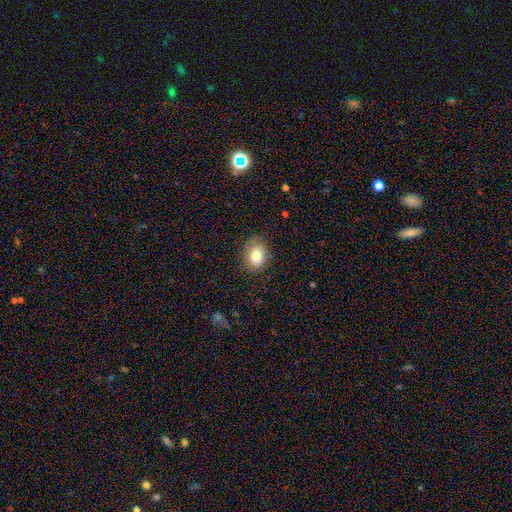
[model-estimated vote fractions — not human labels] smooth_or_featured: smooth (p=0.80) [alt: featured or disk p=0.10]
how_rounded: in between (p=0.58) [alt: round p=0.41]
merging: none (p=0.76) [alt: minor disturbance p=0.18]